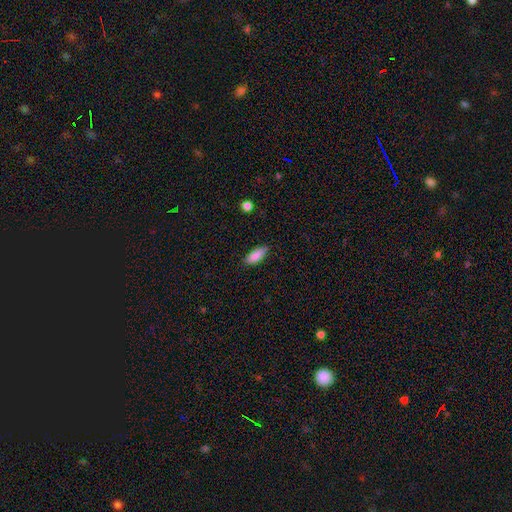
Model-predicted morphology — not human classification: Q: Smooth or featured?
A: smooth (86%); runner-up: featured or disk (7%)
Q: How rounded?
A: in between (75%); runner-up: cigar-shaped (23%)
Q: Merging?
A: none (85%); runner-up: minor disturbance (12%)